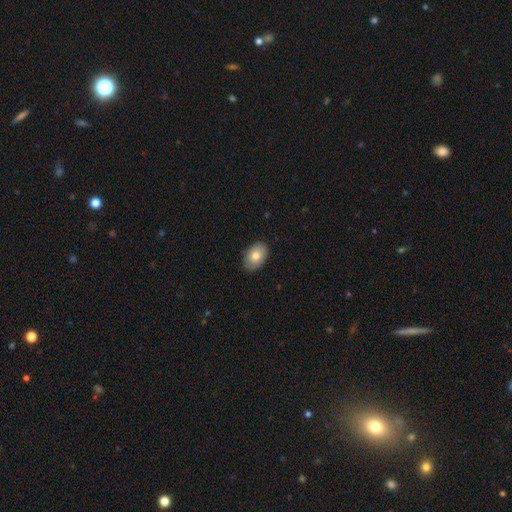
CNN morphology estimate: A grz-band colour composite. It shows a smooth galaxy with no disk features (79%) that is in between round and cigar-shaped (87%). Merging: none (87%).